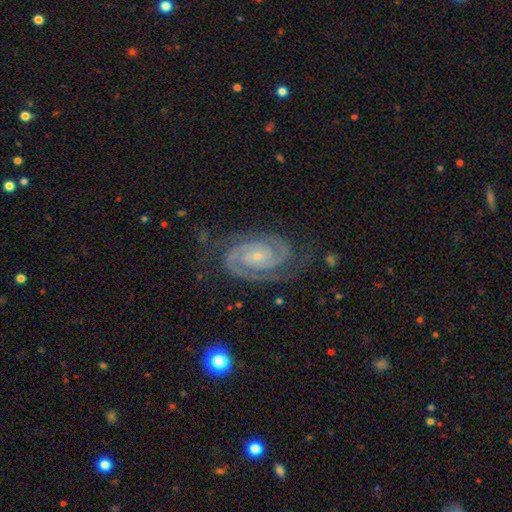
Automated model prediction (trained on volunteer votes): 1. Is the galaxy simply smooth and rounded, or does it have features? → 92% featured or disk, 5% star or artifact, 3% smooth.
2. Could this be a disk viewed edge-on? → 98% no, 2% yes.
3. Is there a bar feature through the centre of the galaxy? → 68% no, 23% weak, 10% strong.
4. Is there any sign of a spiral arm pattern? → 99% yes, 1% no.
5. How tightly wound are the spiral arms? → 71% tight, 25% medium, 3% loose.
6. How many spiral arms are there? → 89% 2, 4% 3, 3% can't tell, 1% 1, 1% 4, 1% more than 4.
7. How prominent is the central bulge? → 79% small, 15% moderate, 3% none, 1% large, 1% dominant.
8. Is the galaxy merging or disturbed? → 76% none, 16% minor disturbance, 7% major disturbance, 1% merger.